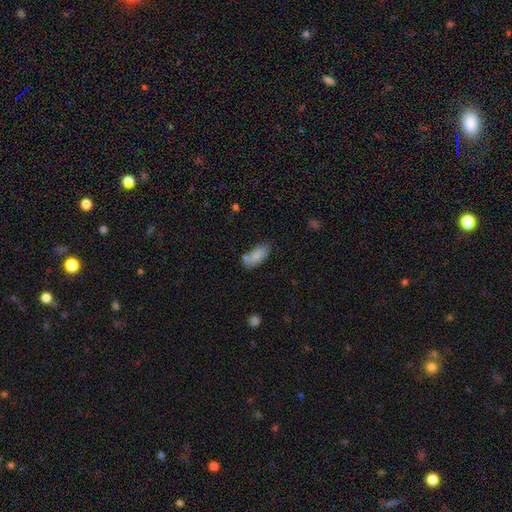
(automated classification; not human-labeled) A smooth galaxy with no disk features (85%) that is in between round and cigar-shaped (87%).

Vote fractions:
- Smooth or featured? smooth: 85% / featured or disk: 8% / star or artifact: 7%
- How rounded? in between: 87% / cigar-shaped: 11% / round: 2%
- Merging? none: 67% / minor disturbance: 17% / merger: 13% / major disturbance: 4%